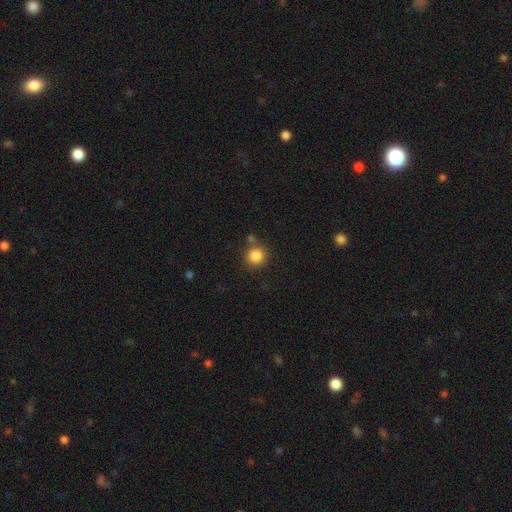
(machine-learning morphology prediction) smooth-or-featured: smooth: 86% | star or artifact: 10% | featured or disk: 4%
  how-rounded: round: 92% | in between: 7% | cigar-shaped: 1%
  merging: none: 77% | merger: 10% | minor disturbance: 10% | major disturbance: 3%